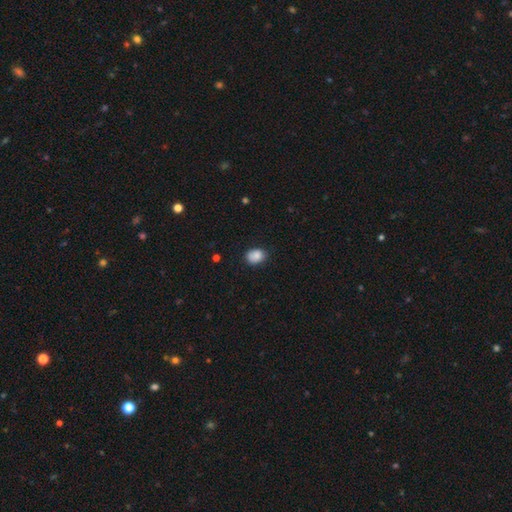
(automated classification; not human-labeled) Q: Smooth or featured?
A: smooth (85%); runner-up: star or artifact (9%)
Q: How rounded?
A: in between (64%); runner-up: round (35%)
Q: Merging?
A: none (73%); runner-up: minor disturbance (22%)